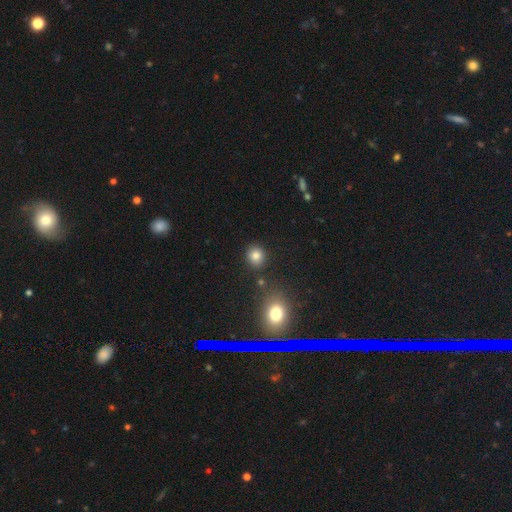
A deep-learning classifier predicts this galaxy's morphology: Smooth or featured: smooth — 83% (star or artifact — 12%)
How rounded: round — 83% (in between — 16%)
Merging: none — 85% (minor disturbance — 8%)